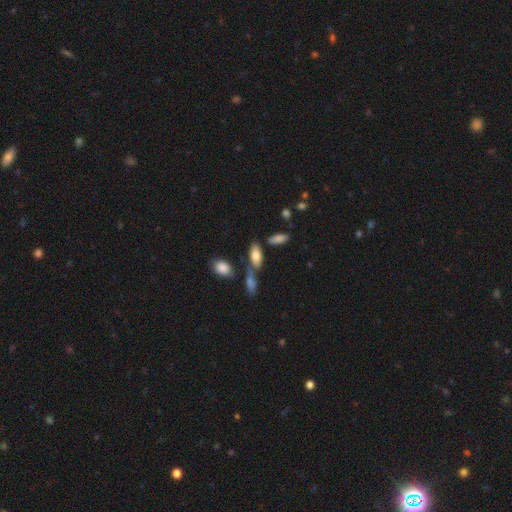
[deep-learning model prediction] Overall: smooth (77%). How rounded: in between (80%). Merging: none (62%).